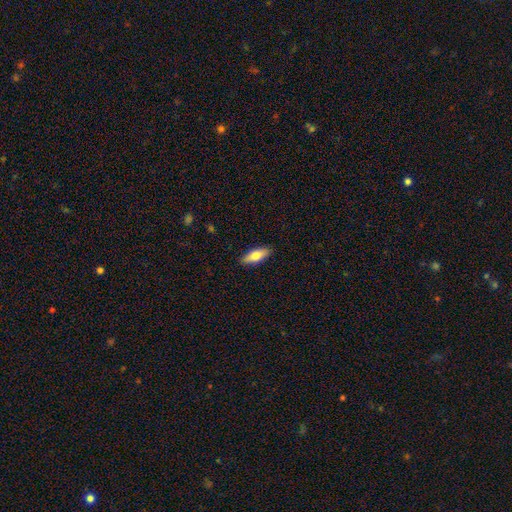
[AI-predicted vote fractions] Q: Smooth or featured?
A: smooth (76%); runner-up: featured or disk (18%)
Q: How rounded?
A: in between (70%); runner-up: cigar-shaped (28%)
Q: Merging?
A: none (89%); runner-up: minor disturbance (8%)